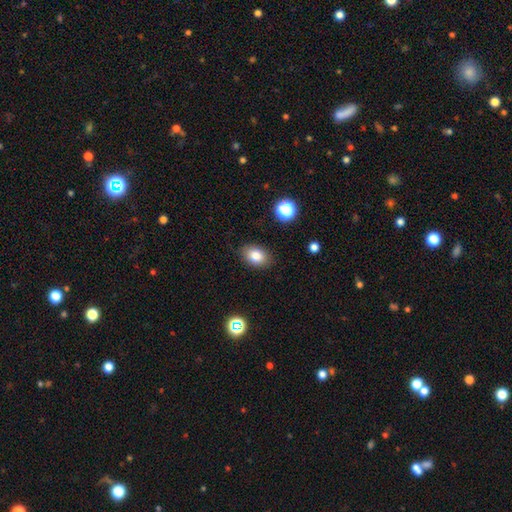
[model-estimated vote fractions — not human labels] Q: Smooth or featured?
A: smooth (83%); runner-up: star or artifact (10%)
Q: How rounded?
A: in between (81%); runner-up: round (17%)
Q: Merging?
A: none (86%); runner-up: minor disturbance (10%)